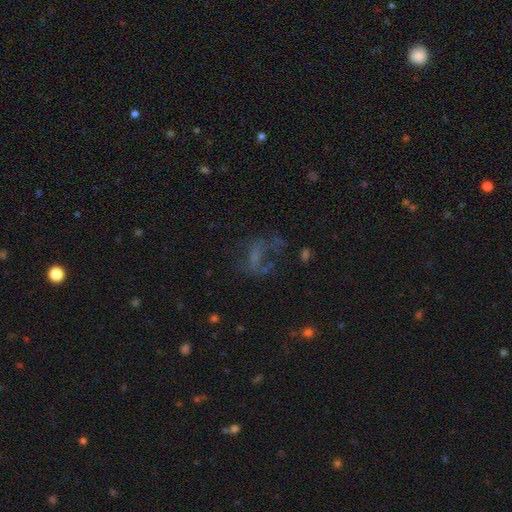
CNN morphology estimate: A featured or disk galaxy (39%). Merging: major disturbance (42%).